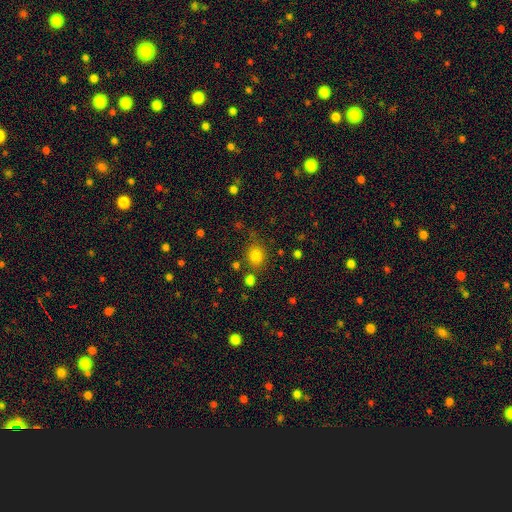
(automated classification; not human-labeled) smooth-or-featured: smooth: 80% | star or artifact: 14% | featured or disk: 6%
  how-rounded: round: 70% | in between: 29% | cigar-shaped: 1%
  merging: none: 73% | minor disturbance: 13% | merger: 9% | major disturbance: 5%